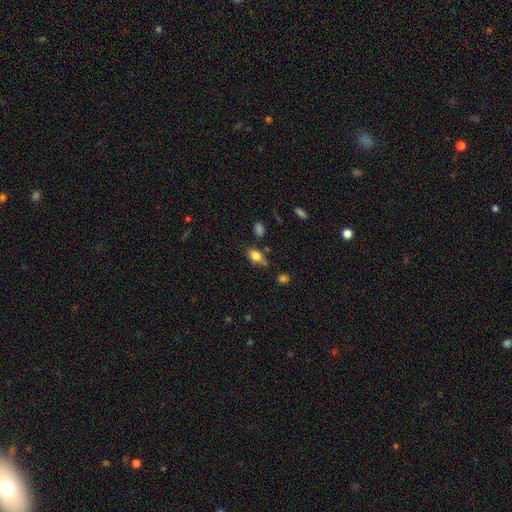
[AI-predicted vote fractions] Overall: smooth (78%). How rounded: in between (81%). Merging: none (59%; minor disturbance 27%).